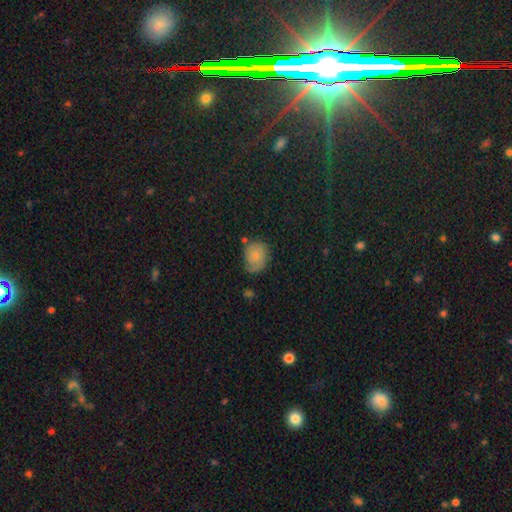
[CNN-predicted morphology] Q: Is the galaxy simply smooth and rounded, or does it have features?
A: smooth — 63%.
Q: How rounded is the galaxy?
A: round — 59%.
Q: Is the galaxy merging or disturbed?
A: none — 54%.